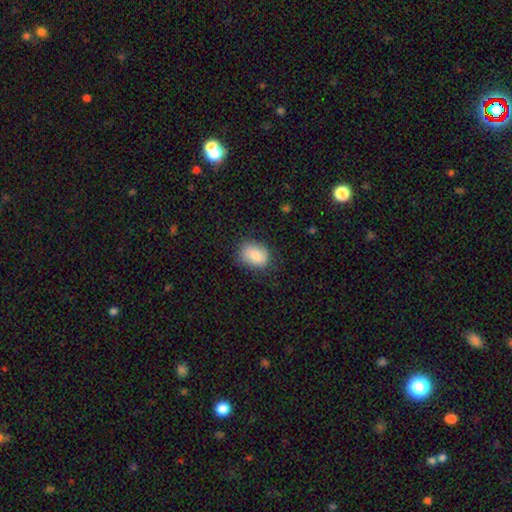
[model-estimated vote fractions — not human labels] Smooth or featured? Predicted: smooth (p=0.83). How rounded? Predicted: in between (p=0.67). Merging? Predicted: none (p=0.73).